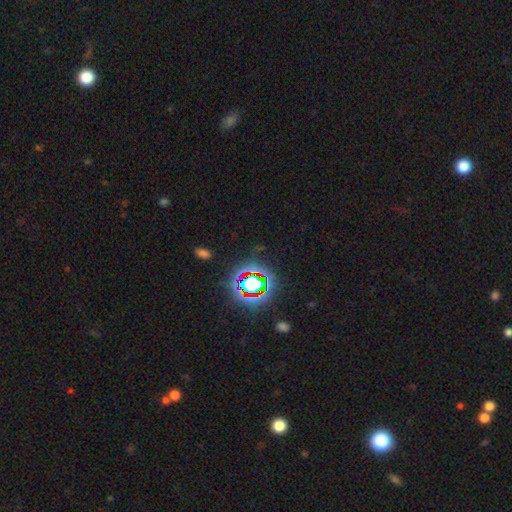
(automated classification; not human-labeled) Morphology: type=star or artifact (75%).